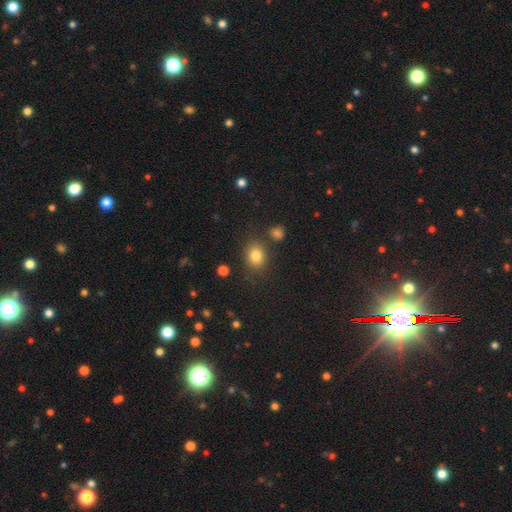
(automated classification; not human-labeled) smooth_or_featured: smooth (p=0.81) [alt: star or artifact p=0.12]
how_rounded: round (p=0.55) [alt: in between p=0.44]
merging: none (p=0.79) [alt: minor disturbance p=0.12]